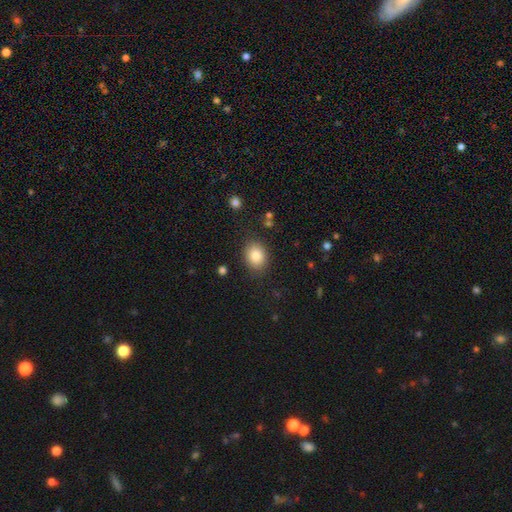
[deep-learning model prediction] smooth_or_featured: smooth (p=0.84) [alt: star or artifact p=0.09]
how_rounded: round (p=0.50) [alt: in between p=0.49]
merging: none (p=0.85) [alt: minor disturbance p=0.10]